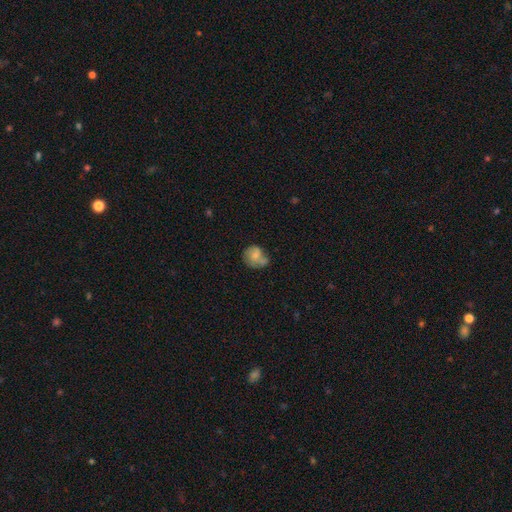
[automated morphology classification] smooth-or-featured: smooth: 53% | featured or disk: 38% | star or artifact: 9%
  how-rounded: round: 58% | in between: 41% | cigar-shaped: 1%
  merging: none: 43% | minor disturbance: 32% | major disturbance: 19% | merger: 6%